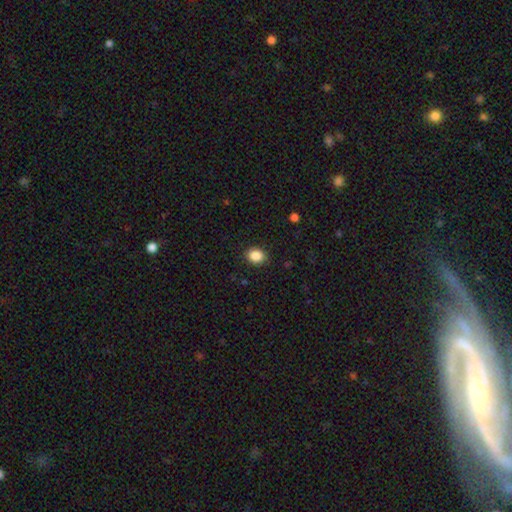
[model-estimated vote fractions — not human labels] Morphology: type=smooth (88%); roundness=round (56%); merging=none (89%).